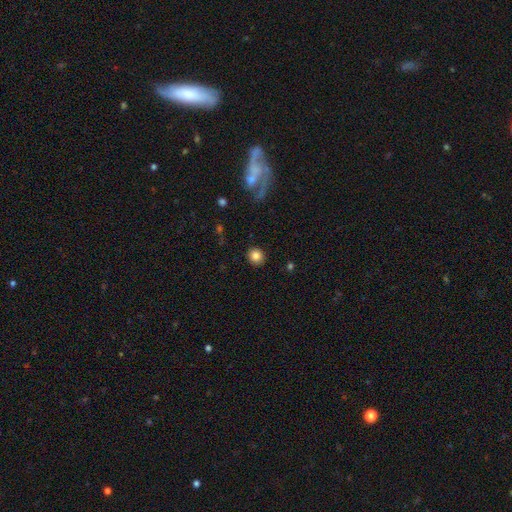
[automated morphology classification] A smooth galaxy with no disk features (84%) that is round (89%). Merging: none (91%).